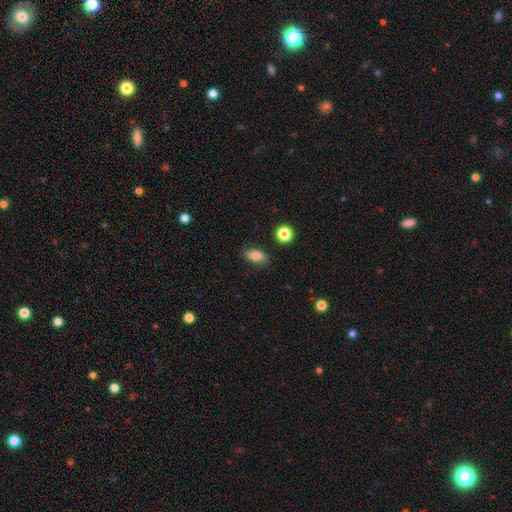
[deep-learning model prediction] Smooth or featured?
  - smooth: 80% *
  - featured or disk: 11%
  - star or artifact: 9%
How rounded?
  - in between: 81% *
  - cigar-shaped: 11%
  - round: 8%
Merging?
  - none: 83% *
  - minor disturbance: 12%
  - major disturbance: 3%
  - merger: 2%